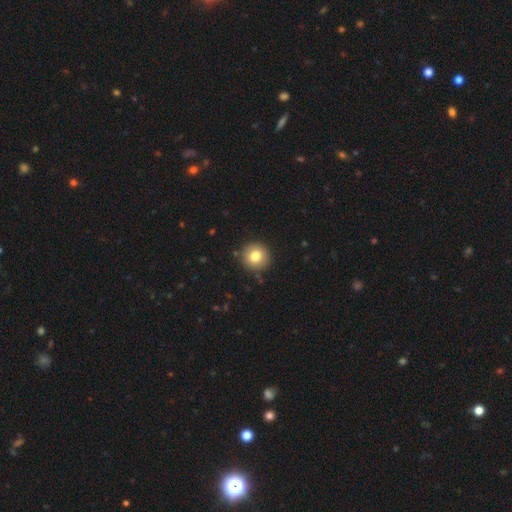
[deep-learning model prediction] smooth 80%, featured or disk 11%, star or artifact 9%. Down the decision tree: how rounded — round (94%); merging — none (90%).